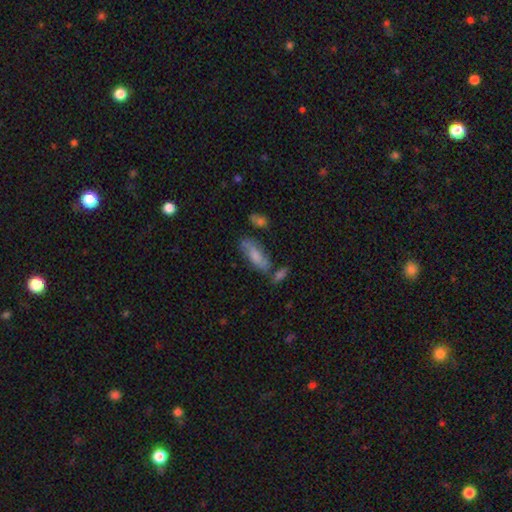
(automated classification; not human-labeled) Smooth or featured? Predicted: smooth (p=0.66). How rounded? Predicted: in between (p=0.70). Merging? Predicted: none (p=0.60).